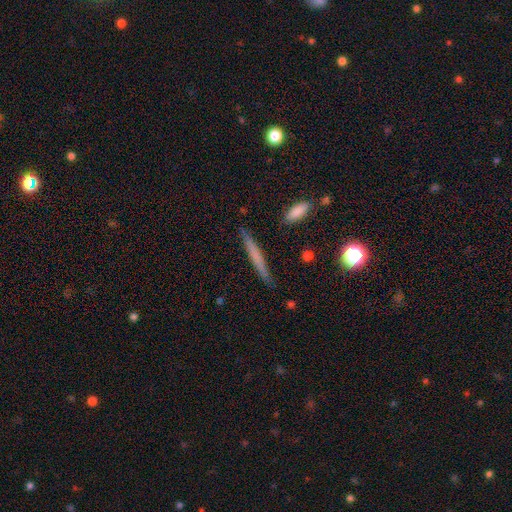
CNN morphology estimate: This is possibly a smooth galaxy (58%). How rounded: clearly cigar-shaped (95%). Merging: clearly none (87%).